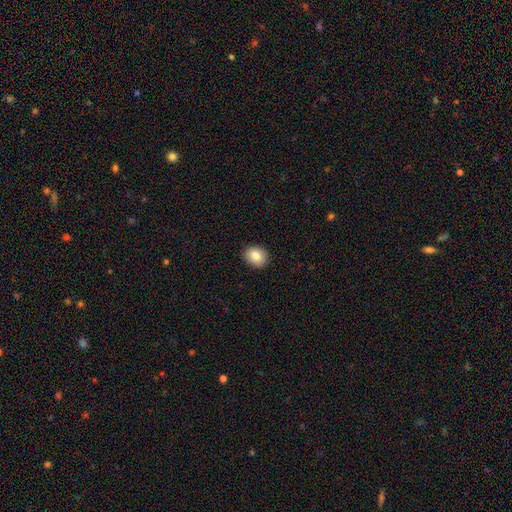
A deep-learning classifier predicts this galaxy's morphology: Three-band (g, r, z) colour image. It shows a smooth galaxy with no disk features (84%) that is in between round and cigar-shaped (50%). Merging: none (90%).